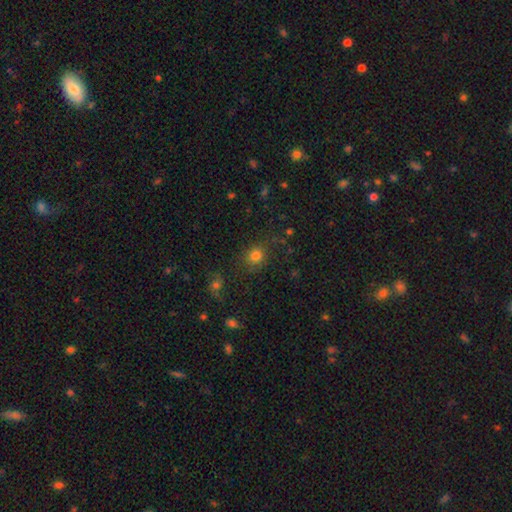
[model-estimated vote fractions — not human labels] smooth-or-featured: smooth: 78% | star or artifact: 16% | featured or disk: 6%
  how-rounded: round: 82% | in between: 17% | cigar-shaped: 1%
  merging: none: 81% | minor disturbance: 11% | major disturbance: 5% | merger: 4%